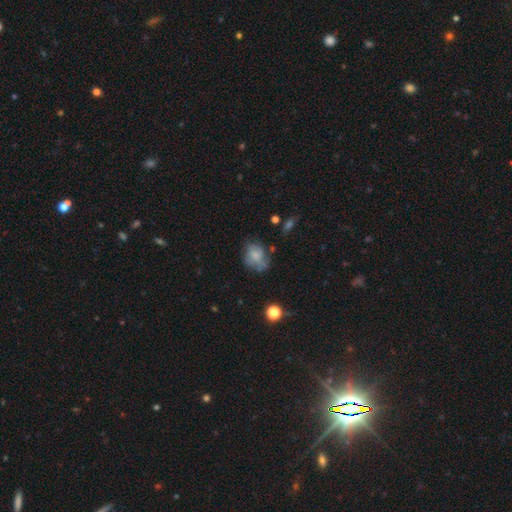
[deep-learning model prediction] A smooth galaxy with no disk features (58%) that is in between round and cigar-shaped (52%). Merging: none (44%).